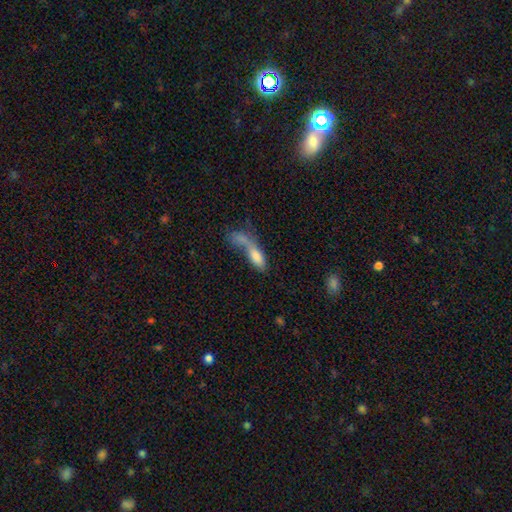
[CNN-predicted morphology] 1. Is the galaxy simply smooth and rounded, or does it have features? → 74% smooth, 17% featured or disk, 8% star or artifact.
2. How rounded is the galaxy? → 62% in between, 33% cigar-shaped, 5% round.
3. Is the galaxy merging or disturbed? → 54% merger, 19% none, 16% major disturbance, 10% minor disturbance.